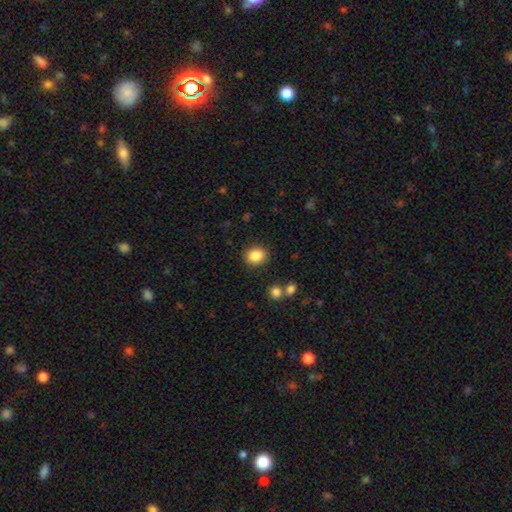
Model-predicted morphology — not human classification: A smooth galaxy with no disk features (87%) that is round (65%). Merging: none (86%).